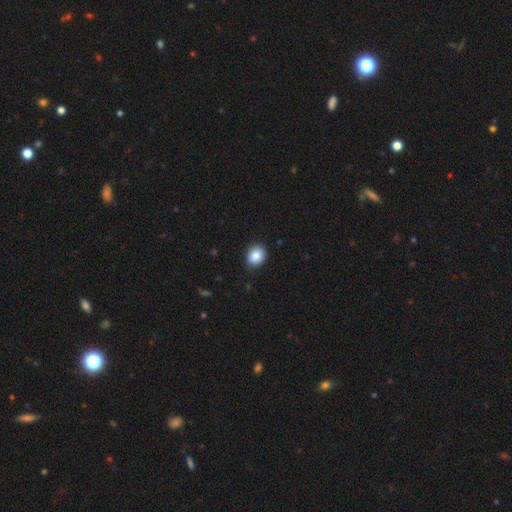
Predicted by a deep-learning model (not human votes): Smooth or featured? smooth (86%)
How rounded? round (63%)
Merging? none (87%)